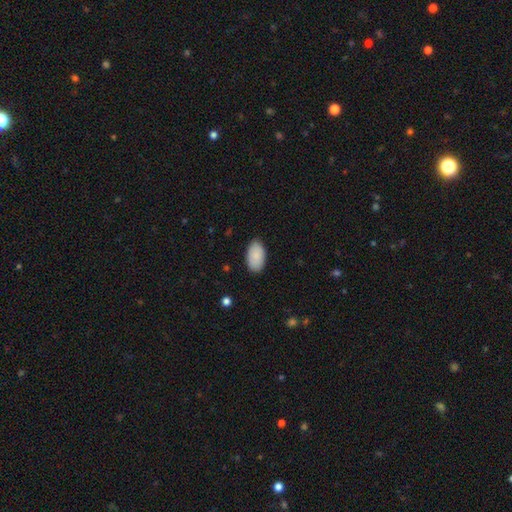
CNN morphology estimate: Smooth or featured: smooth — 88% (featured or disk — 6%)
How rounded: in between — 95% (round — 4%)
Merging: none — 85% (minor disturbance — 12%)